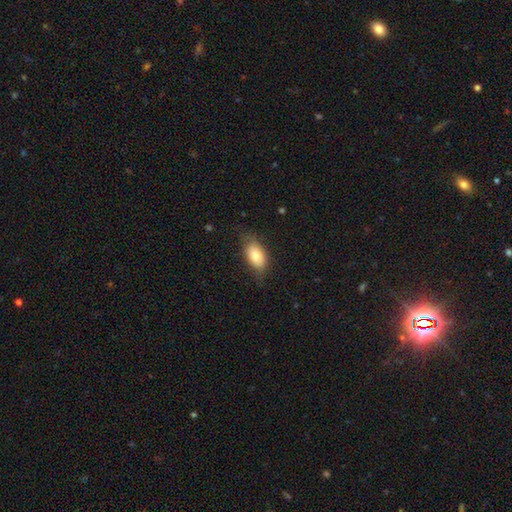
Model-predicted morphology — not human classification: Smooth or featured: smooth — 79% (featured or disk — 14%)
How rounded: in between — 90% (round — 6%)
Merging: none — 70% (minor disturbance — 22%)